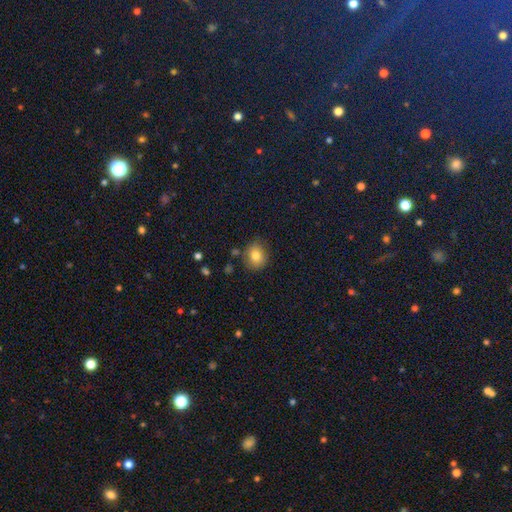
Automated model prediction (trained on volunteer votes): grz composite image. It shows a smooth galaxy with no disk features (79%) that is round (69%). Merging: none (77%).